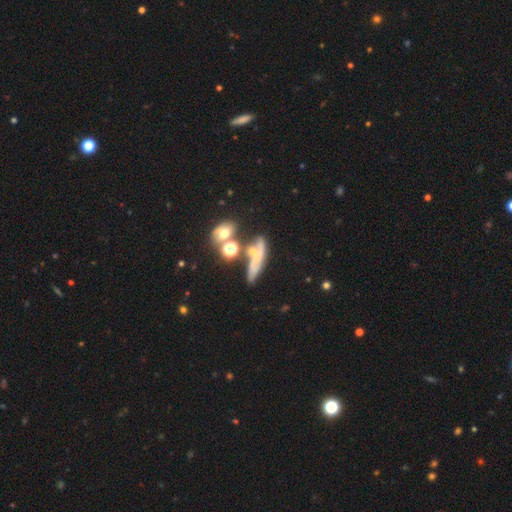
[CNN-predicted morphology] smooth-or-featured: featured or disk: 44% | smooth: 37% | star or artifact: 19%
  merging: none: 39% | merger: 29% | minor disturbance: 19% | major disturbance: 13%